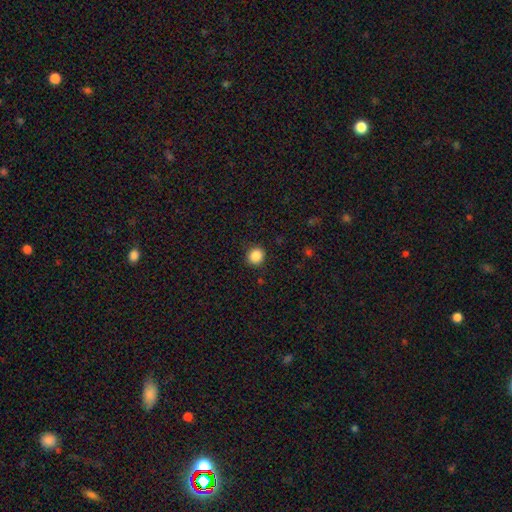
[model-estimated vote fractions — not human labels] A smooth galaxy with no disk features (87%) that is round (86%). Merging: none (90%).